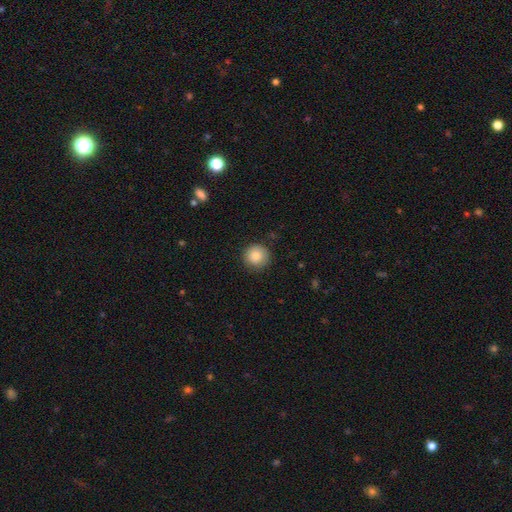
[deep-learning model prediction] Smooth or featured? Predicted: smooth (p=0.87). How rounded? Predicted: round (p=0.94). Merging? Predicted: none (p=0.87).